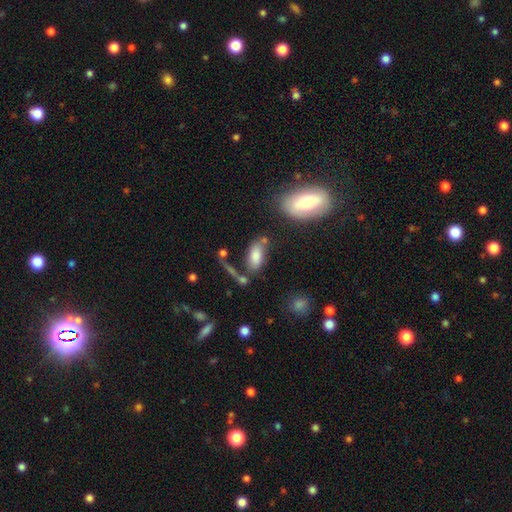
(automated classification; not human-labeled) smooth_or_featured: smooth (p=0.76) [alt: featured or disk p=0.14]
how_rounded: in between (p=0.89) [alt: cigar-shaped p=0.08]
merging: none (p=0.58) [alt: minor disturbance p=0.18]